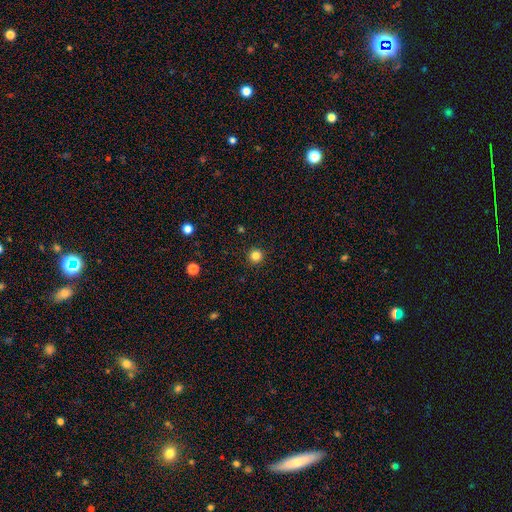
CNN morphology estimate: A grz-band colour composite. It shows a smooth galaxy with no disk features (83%) that is round (96%). Merging: none (93%).